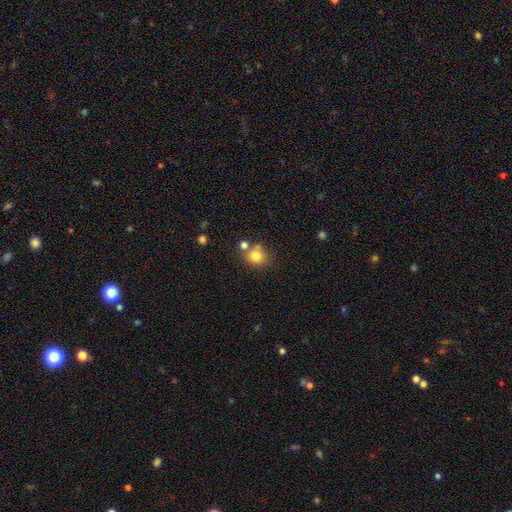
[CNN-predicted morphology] Overall: smooth (78%). How rounded: round (80%). Merging: none (62%; merger 23%).